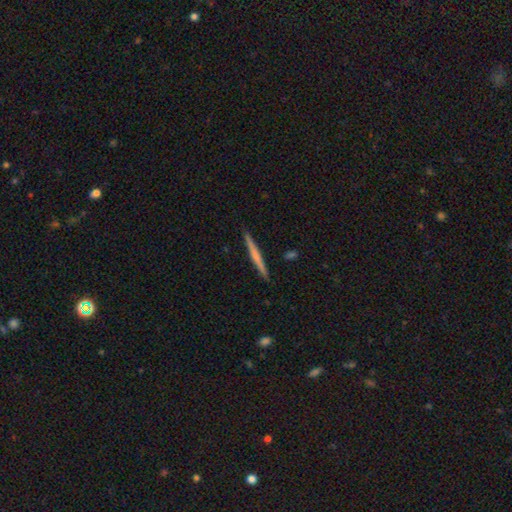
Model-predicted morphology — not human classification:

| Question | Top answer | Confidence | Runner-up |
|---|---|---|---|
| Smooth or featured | smooth | 49% | featured or disk (46%) |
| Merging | none | 92% | minor disturbance (6%) |